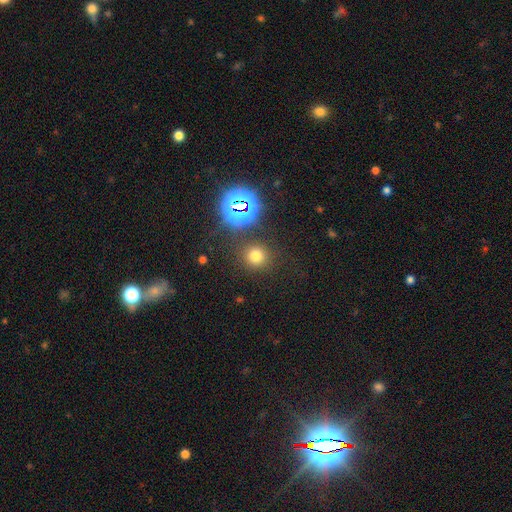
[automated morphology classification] Smooth or featured? smooth (69%)
How rounded? round (92%)
Merging? none (86%)